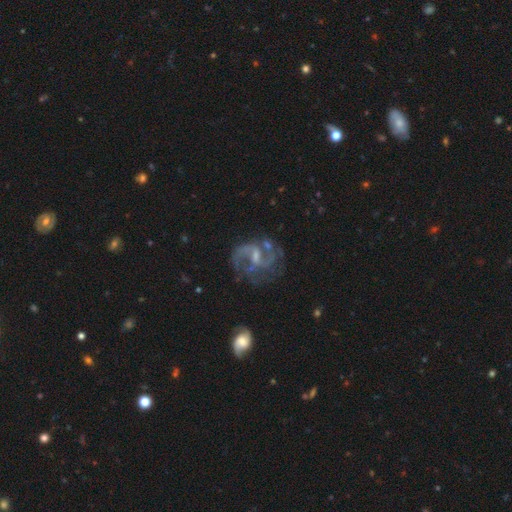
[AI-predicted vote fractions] Smooth or featured? Predicted: featured or disk (p=0.83). Edge-on disk? Predicted: no (p=0.98). Bar? Predicted: weak (p=0.56). Spiral arms? Predicted: yes (p=0.90). Spiral winding? Predicted: medium (p=0.46). Spiral arm count? Predicted: 2 (p=0.68). Bulge size? Predicted: small (p=0.47). Merging? Predicted: none (p=0.59).